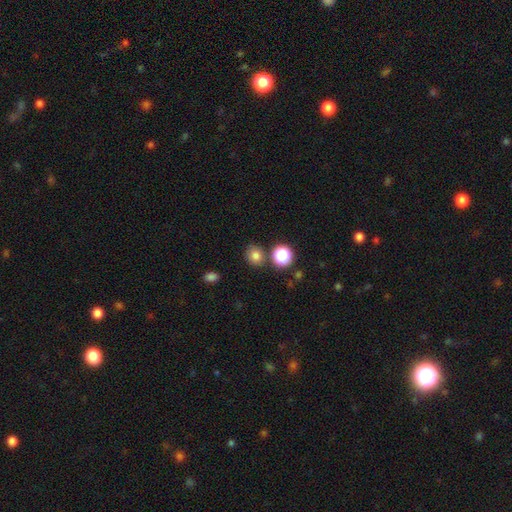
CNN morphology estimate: smooth 78%, star or artifact 15%, featured or disk 7%. Down the decision tree: how rounded — round (78%); merging — none (78%).